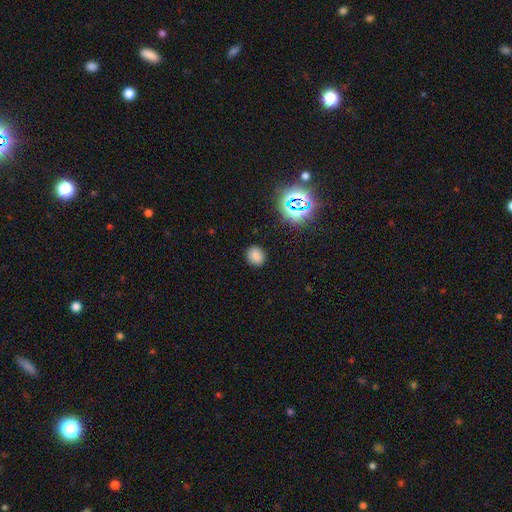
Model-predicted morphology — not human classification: Smooth or featured? smooth (78%)
How rounded? round (68%)
Merging? none (88%)